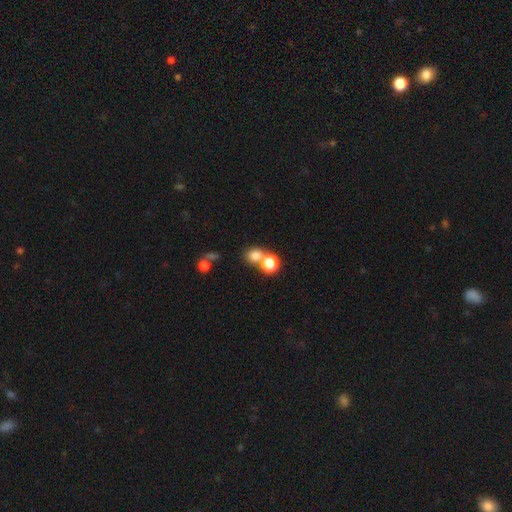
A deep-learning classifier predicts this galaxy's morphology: A smooth galaxy with no disk features (78%) that is round (73%). Merging: none (45%).